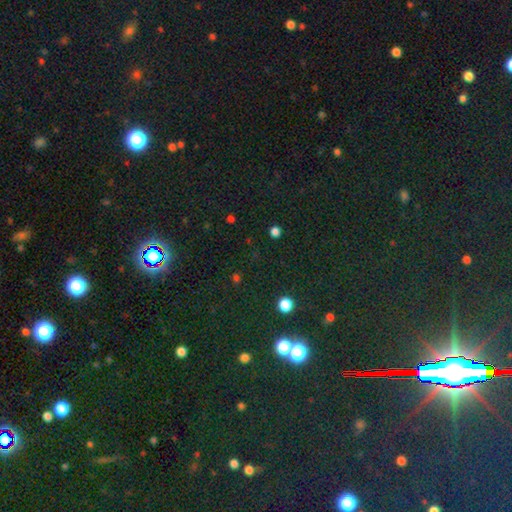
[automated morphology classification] star or artifact 79%, smooth 14%, featured or disk 7%.